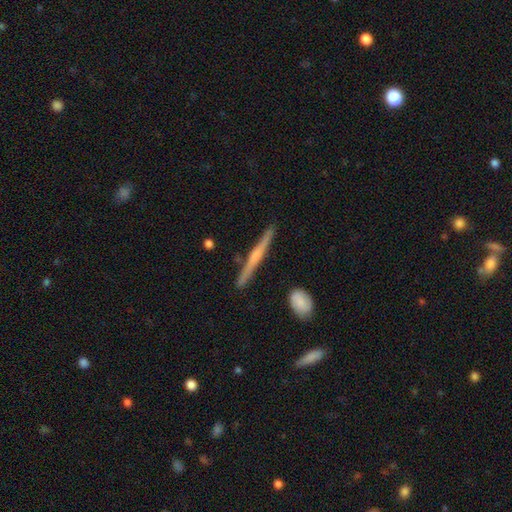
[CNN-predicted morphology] A featured or disk galaxy (68%) viewed edge-on (98%) with a rounded central bulge (58%).

Vote fractions:
- Smooth or featured? featured or disk: 68% / smooth: 26% / star or artifact: 6%
- Edge-on disk? yes: 98% / no: 2%
- Edge-on bulge? rounded: 58% / none: 29% / boxy: 13%
- Merging? none: 90% / minor disturbance: 7% / merger: 2% / major disturbance: 2%